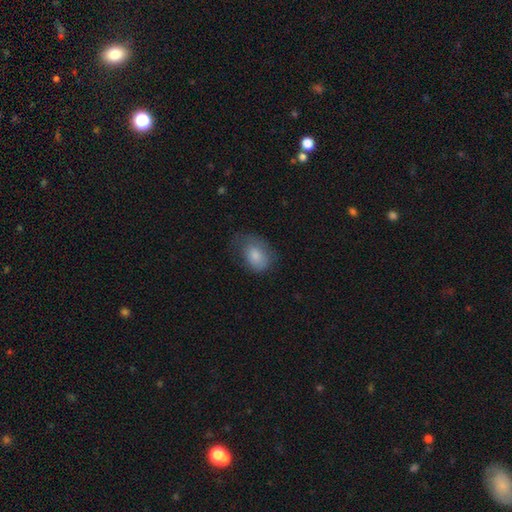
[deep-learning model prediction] Smooth or featured? Predicted: smooth (p=0.79). How rounded? Predicted: in between (p=0.75). Merging? Predicted: none (p=0.45).